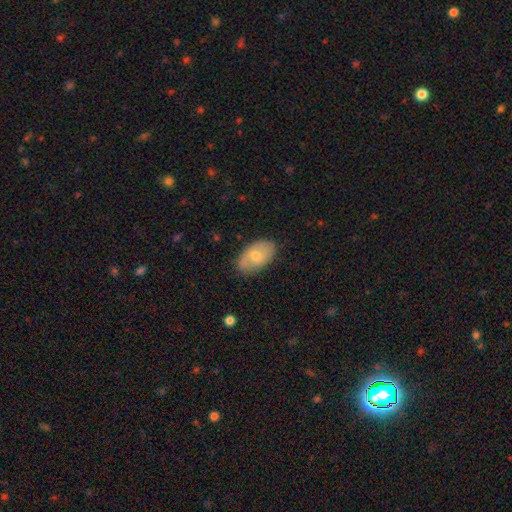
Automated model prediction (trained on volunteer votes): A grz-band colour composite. It shows a smooth galaxy with no disk features (60%) that is in between round and cigar-shaped (92%). Merging: none (79%).